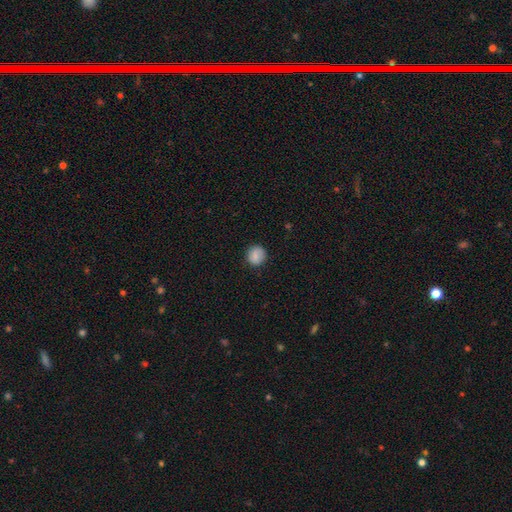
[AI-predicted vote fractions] The model was most divided on "smooth or featured": smooth: 84%, star or artifact: 8%, featured or disk: 8%. More confident: how rounded — round (89%); merging — none (86%).